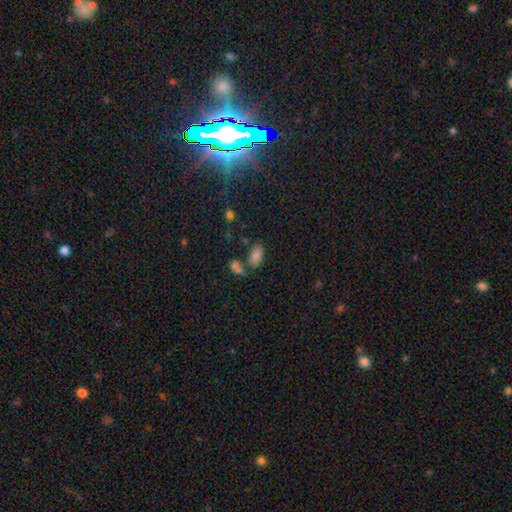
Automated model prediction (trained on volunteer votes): Morphology: type=smooth (77%); roundness=in between (92%); merging=none (63%).